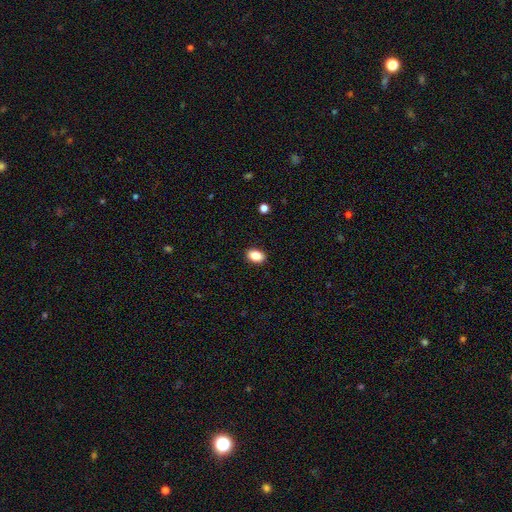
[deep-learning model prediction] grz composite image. It shows a smooth galaxy with no disk features (87%) that is in between round and cigar-shaped (87%). Merging: none (90%).